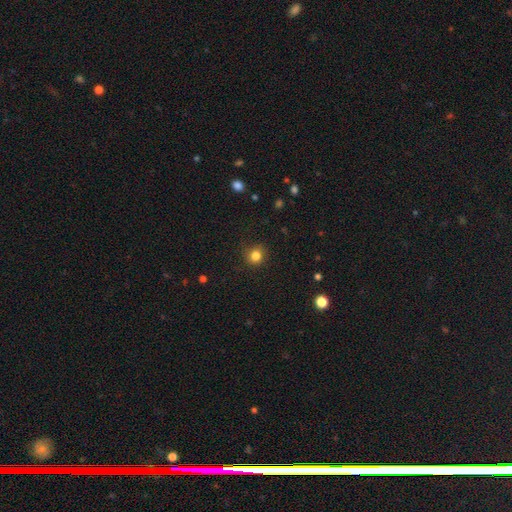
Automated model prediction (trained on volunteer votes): smooth-or-featured: smooth: 83% | star or artifact: 12% | featured or disk: 5%
  how-rounded: round: 87% | in between: 12% | cigar-shaped: 1%
  merging: none: 86% | minor disturbance: 9% | major disturbance: 3% | merger: 1%